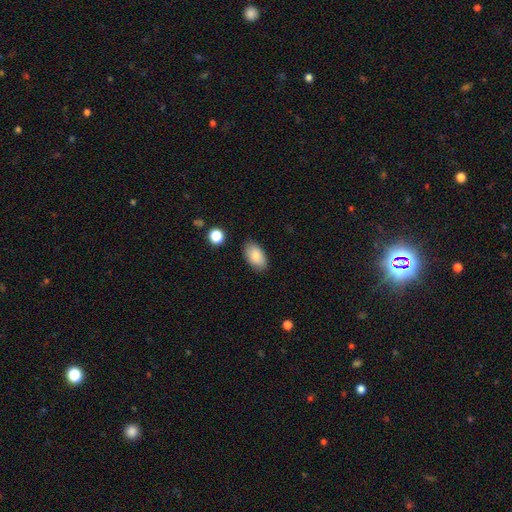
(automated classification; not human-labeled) Smooth or featured: smooth — 84% (featured or disk — 9%)
How rounded: in between — 94% (round — 4%)
Merging: none — 85% (minor disturbance — 11%)